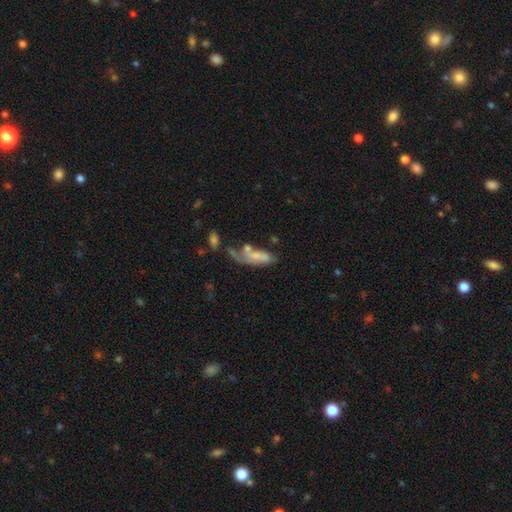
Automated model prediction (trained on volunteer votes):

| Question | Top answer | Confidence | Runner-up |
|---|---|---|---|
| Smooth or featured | smooth | 49% | featured or disk (41%) |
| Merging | major disturbance | 31% | merger (26%) |